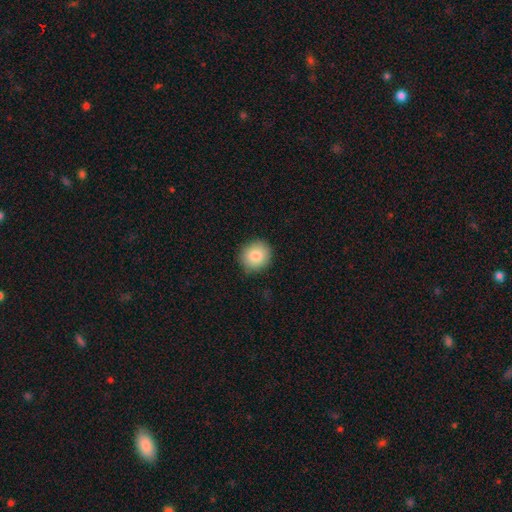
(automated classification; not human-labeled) The model was most divided on "how rounded": round: 86%, in between: 13%, cigar-shaped: 1%. More confident: merging — none (89%); smooth or featured — smooth (84%).